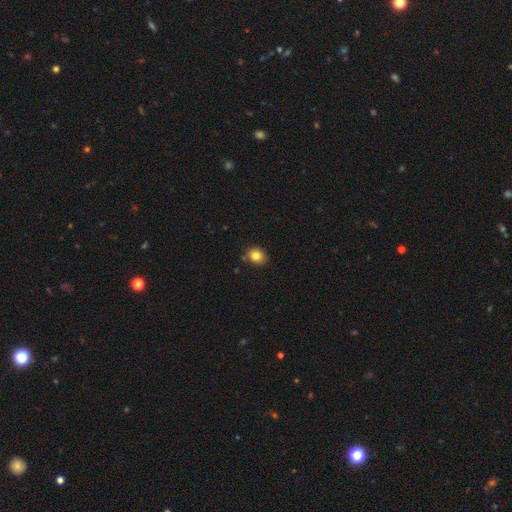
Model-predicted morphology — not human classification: Smooth or featured?
  - smooth: 83% *
  - star or artifact: 10%
  - featured or disk: 7%
How rounded?
  - round: 60% *
  - in between: 39%
  - cigar-shaped: 1%
Merging?
  - none: 82% *
  - minor disturbance: 13%
  - merger: 3%
  - major disturbance: 2%